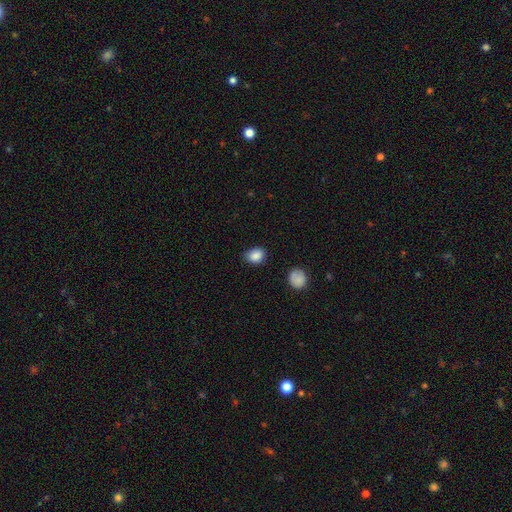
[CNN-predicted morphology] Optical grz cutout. It shows a smooth galaxy with no disk features (87%) that is in between round and cigar-shaped (60%). Merging: none (77%).